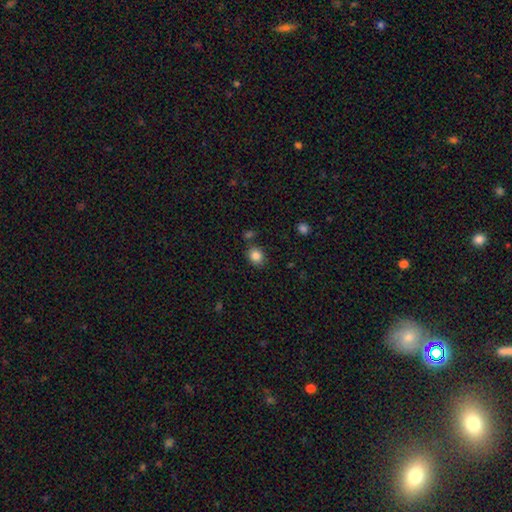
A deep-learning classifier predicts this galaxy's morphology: This appears to be a smooth galaxy with no disk features (85%) that is round (68%). Merging: none (79%).